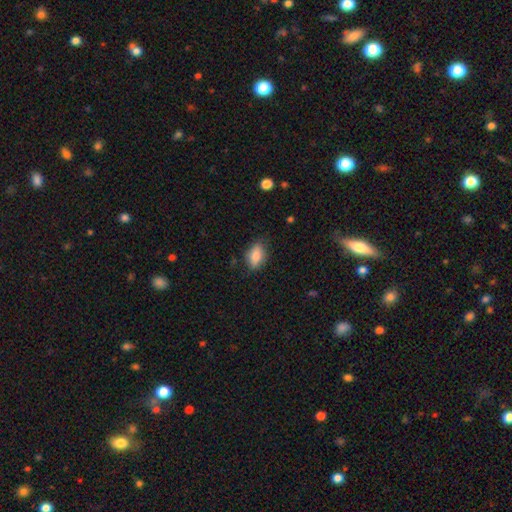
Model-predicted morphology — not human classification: This is clearly a smooth galaxy (82%). How rounded: clearly in between (87%). Merging: likely none (76%).